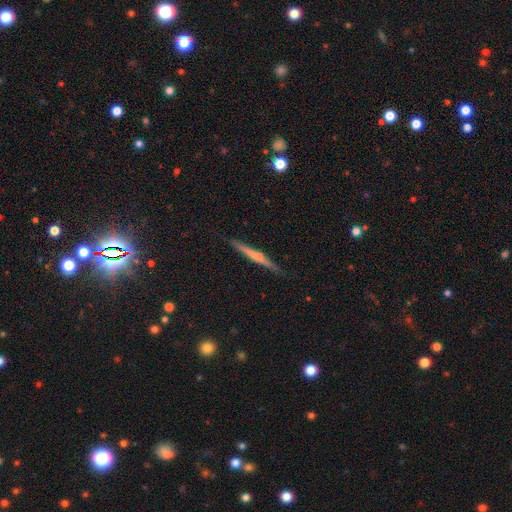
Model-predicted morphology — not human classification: Smooth or featured?
  - featured or disk: 54% *
  - smooth: 40%
  - star or artifact: 6%
Edge-on disk?
  - yes: 97% *
  - no: 3%
Edge-on bulge?
  - none: 48% *
  - rounded: 45%
  - boxy: 7%
Merging?
  - none: 85% *
  - minor disturbance: 10%
  - merger: 2%
  - major disturbance: 2%